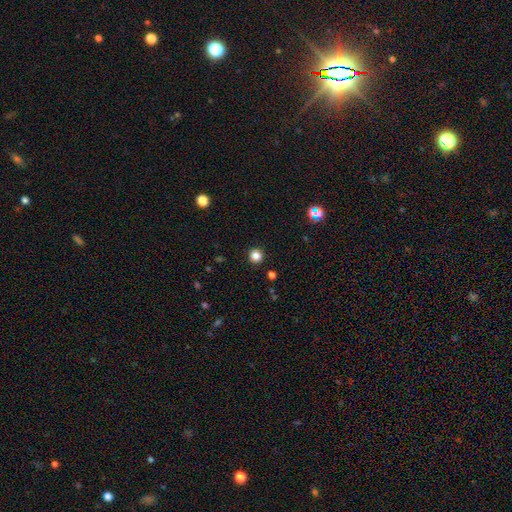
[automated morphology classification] The model was most divided on "smooth or featured": smooth: 83%, star or artifact: 13%, featured or disk: 4%. More confident: how rounded — round (94%); merging — none (92%).